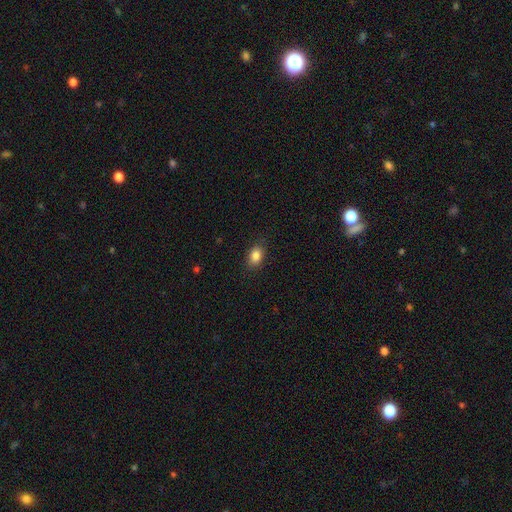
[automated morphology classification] Smooth or featured: smooth — 85% (star or artifact — 9%)
How rounded: in between — 79% (round — 19%)
Merging: none — 85% (minor disturbance — 11%)